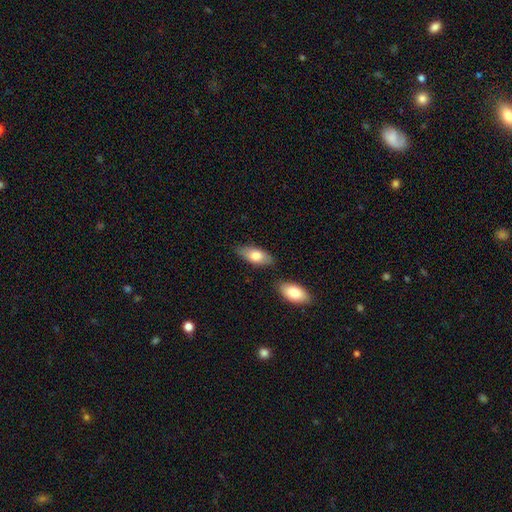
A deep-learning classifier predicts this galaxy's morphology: type=smooth (75%); roundness=in between (87%); merging=none (75%).